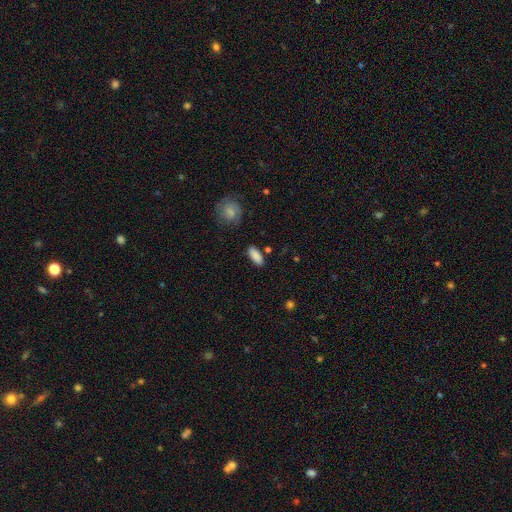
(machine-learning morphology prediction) Q: Smooth or featured?
A: smooth (87%); runner-up: star or artifact (7%)
Q: How rounded?
A: in between (82%); runner-up: cigar-shaped (15%)
Q: Merging?
A: none (83%); runner-up: minor disturbance (11%)